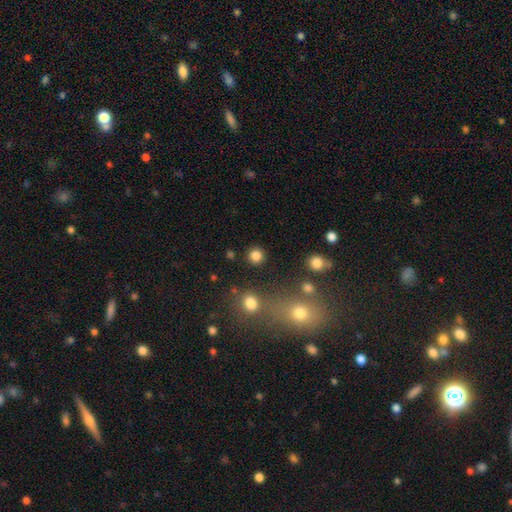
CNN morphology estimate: smooth_or_featured: smooth (p=0.83) [alt: star or artifact p=0.13]
how_rounded: round (p=0.93) [alt: in between p=0.06]
merging: none (p=0.89) [alt: minor disturbance p=0.05]